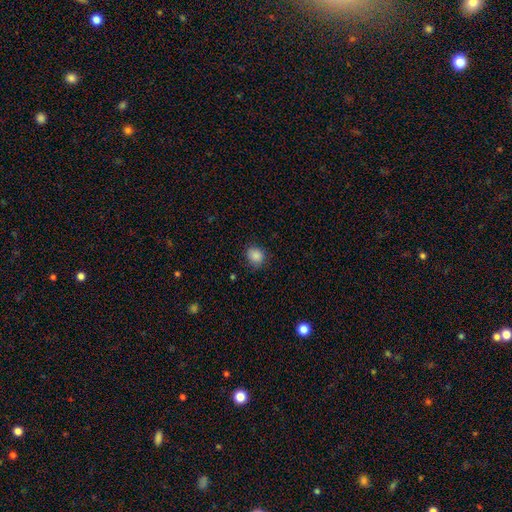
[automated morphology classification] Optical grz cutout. It shows a smooth galaxy with no disk features (86%) that is round (65%). Merging: none (77%).